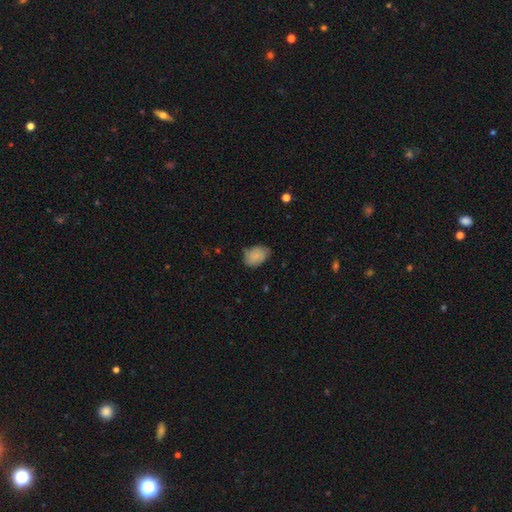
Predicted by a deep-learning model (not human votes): Overall: smooth (79%). How rounded: in between (80%). Merging: none (64%; minor disturbance 29%).